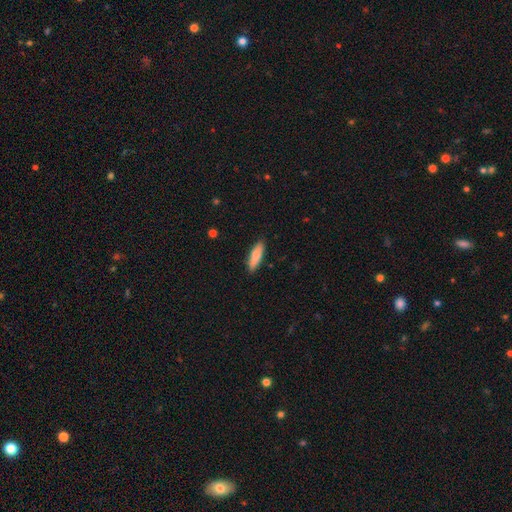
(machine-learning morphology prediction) Smooth or featured? smooth (80%)
How rounded? cigar-shaped (57%)
Merging? none (87%)